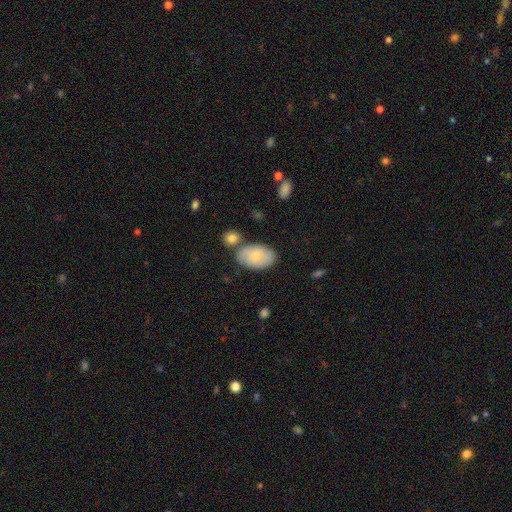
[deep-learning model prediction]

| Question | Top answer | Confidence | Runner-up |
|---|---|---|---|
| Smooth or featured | smooth | 64% | featured or disk (30%) |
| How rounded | in between | 92% | round (7%) |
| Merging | none | 66% | minor disturbance (18%) |